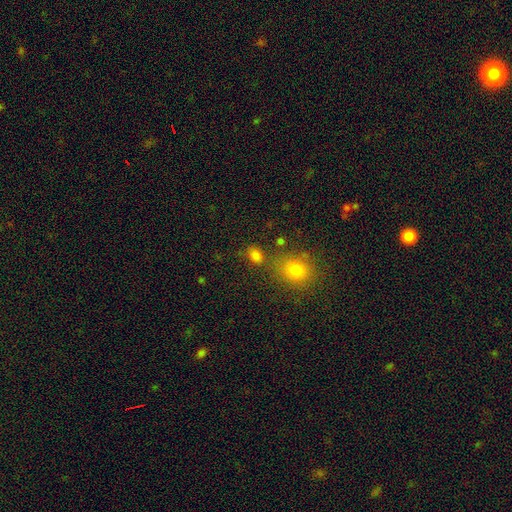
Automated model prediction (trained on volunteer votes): Smooth or featured?
  - smooth: 78% *
  - star or artifact: 16%
  - featured or disk: 6%
How rounded?
  - in between: 64% *
  - round: 34%
  - cigar-shaped: 2%
Merging?
  - none: 70% *
  - minor disturbance: 13%
  - merger: 12%
  - major disturbance: 5%